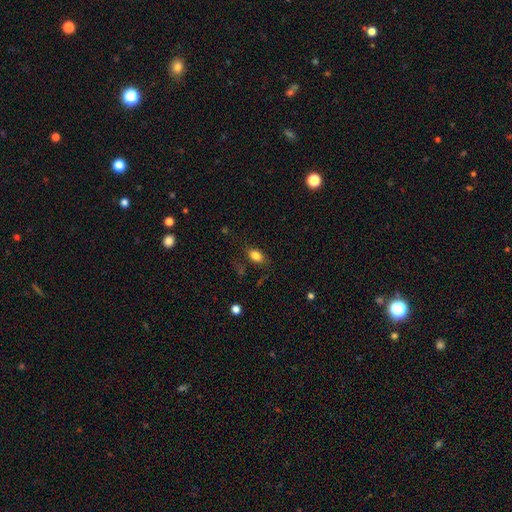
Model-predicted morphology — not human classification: Overall: smooth (82%). How rounded: in between (86%). Merging: none (74%).